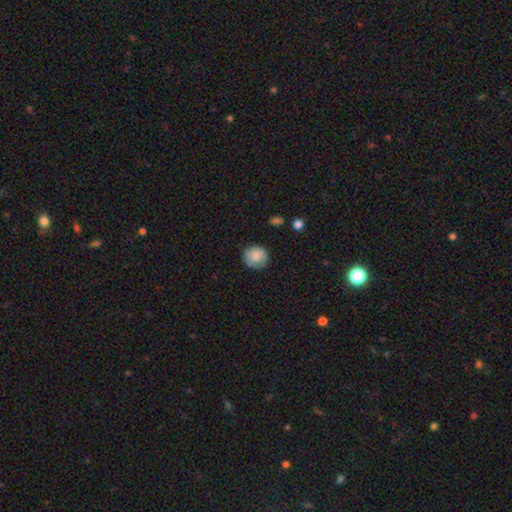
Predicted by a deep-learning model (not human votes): Smooth or featured? smooth (85%)
How rounded? round (88%)
Merging? none (80%)